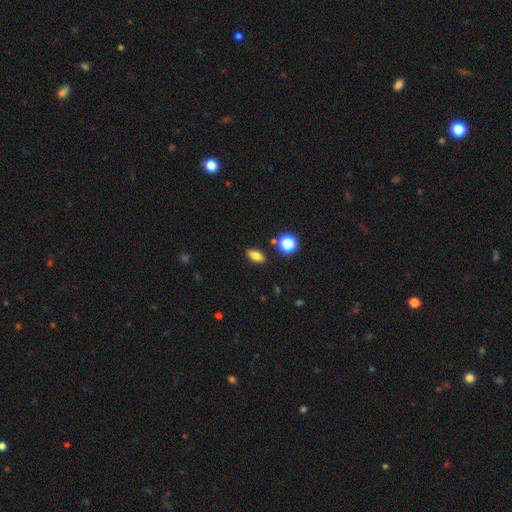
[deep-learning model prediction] smooth-or-featured: smooth: 77% | featured or disk: 12% | star or artifact: 12%
  how-rounded: in between: 77% | cigar-shaped: 13% | round: 10%
  merging: none: 86% | minor disturbance: 9% | merger: 3% | major disturbance: 2%